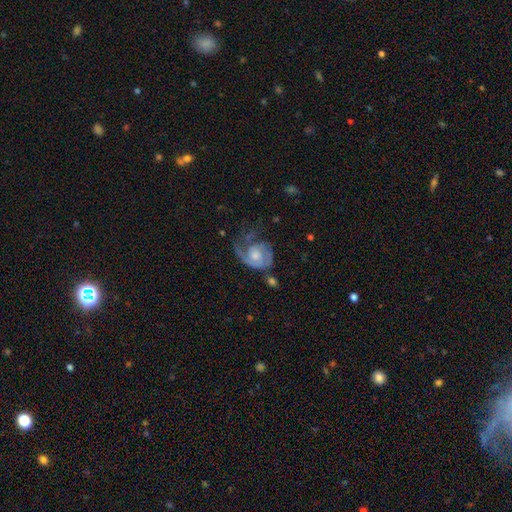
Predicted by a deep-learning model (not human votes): This is likely a featured or disk galaxy (76%). It is clearly not viewed edge-on (97%). Bar: likely no (74%). Spiral arm pattern: clearly yes (90%). Spiral arm count: possibly 1 (53%). Spiral winding: marginally tight (43%). Central bulge: possibly moderate (53%). Merging: marginally major disturbance (39%).